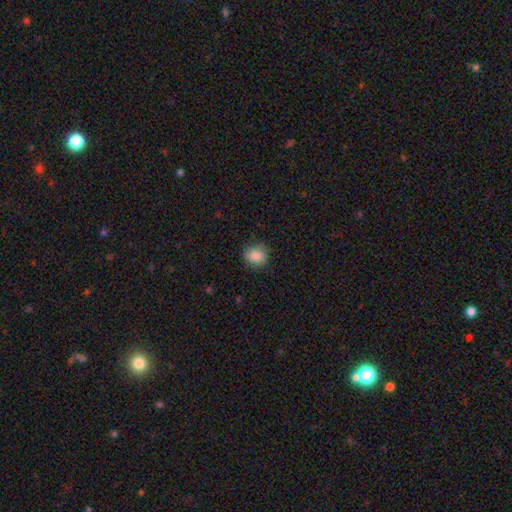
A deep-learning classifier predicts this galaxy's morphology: Smooth or featured?
  - smooth: 86% *
  - star or artifact: 9%
  - featured or disk: 5%
How rounded?
  - round: 81% *
  - in between: 18%
  - cigar-shaped: 1%
Merging?
  - none: 85% *
  - minor disturbance: 11%
  - major disturbance: 3%
  - merger: 1%